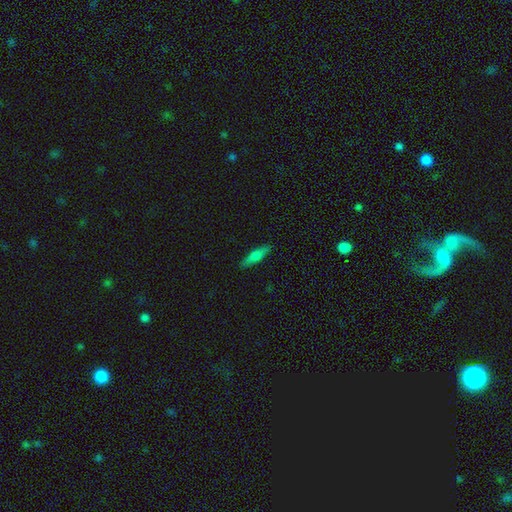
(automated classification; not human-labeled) Overall: smooth (62%; featured or disk 31%). How rounded: cigar-shaped (70%). Merging: none (88%).